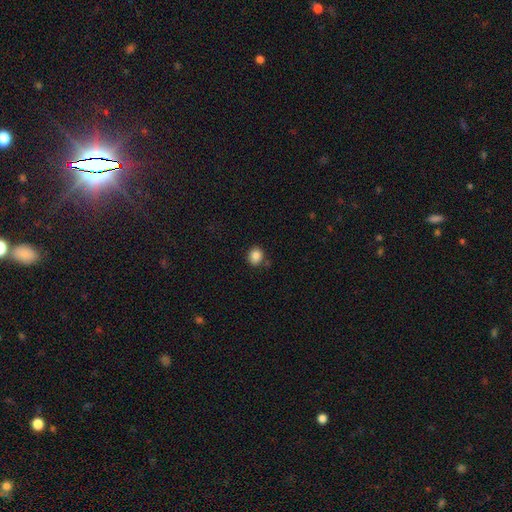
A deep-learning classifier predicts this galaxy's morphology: Overall: smooth (86%). How rounded: round (72%). Merging: none (80%).